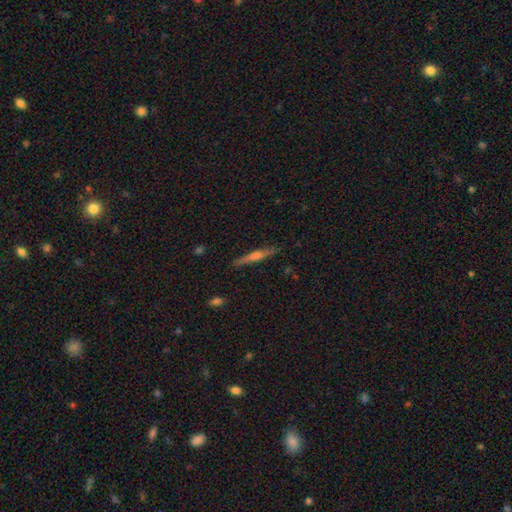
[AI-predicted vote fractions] A featured or disk galaxy (61%) viewed edge-on (97%) with a rounded central bulge (68%).

Vote fractions:
- Smooth or featured? featured or disk: 61% / smooth: 32% / star or artifact: 7%
- Edge-on disk? yes: 97% / no: 3%
- Edge-on bulge? rounded: 68% / none: 16% / boxy: 16%
- Merging? none: 89% / minor disturbance: 8% / major disturbance: 2% / merger: 1%